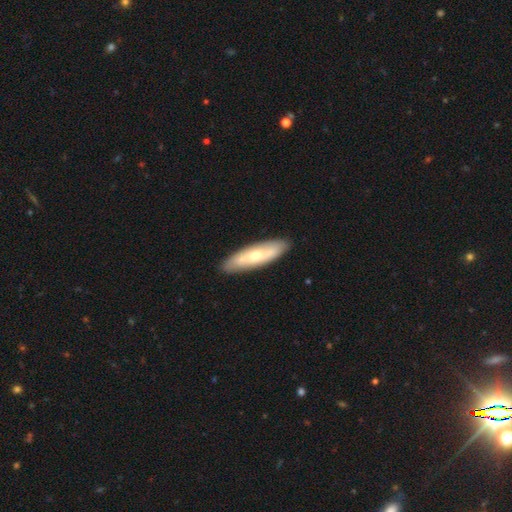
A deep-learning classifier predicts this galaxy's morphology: Smooth or featured?
  - smooth: 53% *
  - featured or disk: 42%
  - star or artifact: 5%
How rounded?
  - cigar-shaped: 56% *
  - in between: 42%
  - round: 2%
Merging?
  - none: 88% *
  - minor disturbance: 9%
  - major disturbance: 2%
  - merger: 1%